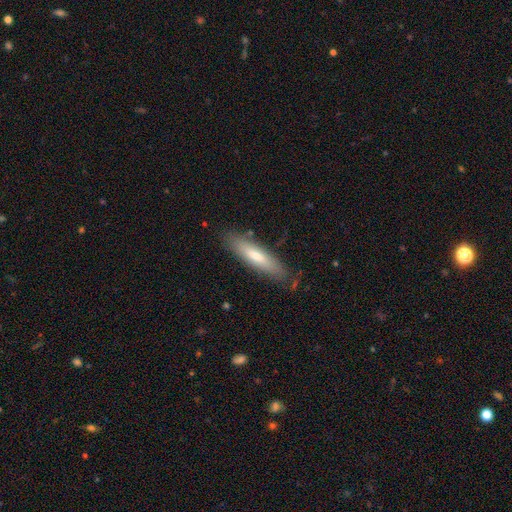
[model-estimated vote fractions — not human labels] A smooth galaxy with no disk features (65%) that is cigar-shaped (76%).

Vote fractions:
- Smooth or featured? smooth: 65% / featured or disk: 29% / star or artifact: 6%
- How rounded? cigar-shaped: 76% / in between: 23% / round: 1%
- Merging? none: 82% / minor disturbance: 13% / major disturbance: 3% / merger: 2%